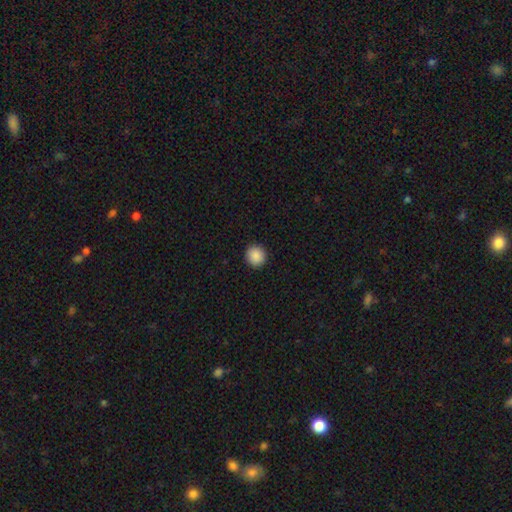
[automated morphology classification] A smooth galaxy with no disk features (89%) that is round (91%).

Vote fractions:
- Smooth or featured? smooth: 89% / star or artifact: 8% / featured or disk: 3%
- How rounded? round: 91% / in between: 8% / cigar-shaped: 1%
- Merging? none: 93% / minor disturbance: 5% / major disturbance: 2% / merger: 1%